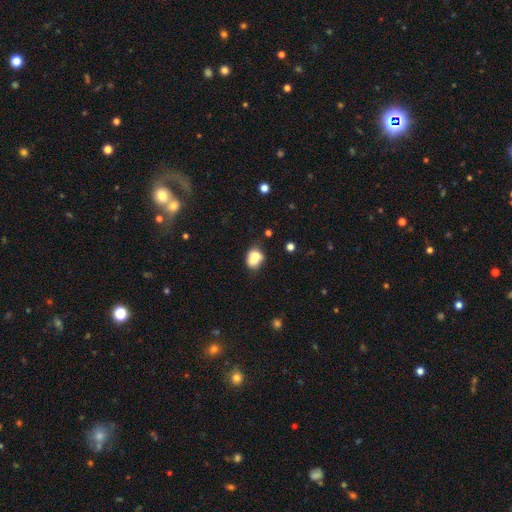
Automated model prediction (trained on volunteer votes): The model was most divided on "merging": none: 39%, merger: 38%, minor disturbance: 16%, major disturbance: 6%. More confident: smooth or featured — smooth (72%); how rounded — in between (62%).